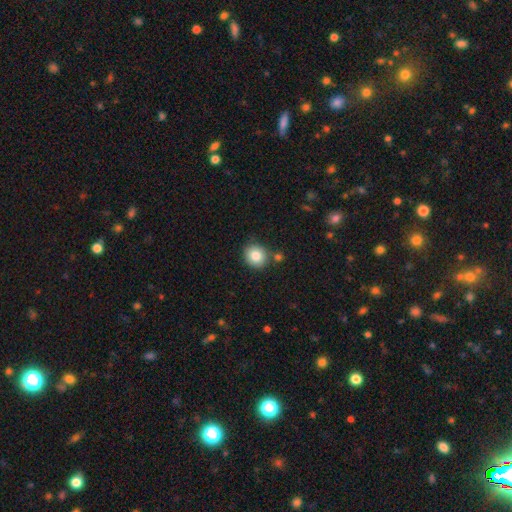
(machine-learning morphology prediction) Q: Smooth or featured?
A: smooth (84%); runner-up: star or artifact (9%)
Q: How rounded?
A: round (82%); runner-up: in between (17%)
Q: Merging?
A: none (77%); runner-up: minor disturbance (11%)